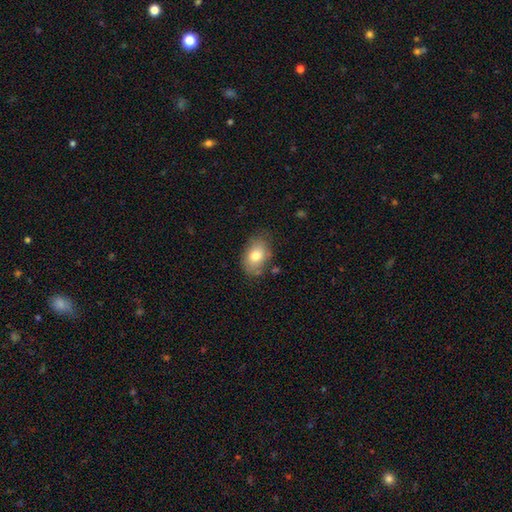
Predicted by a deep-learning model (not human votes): The model was most divided on "merging": none: 72%, minor disturbance: 20%, major disturbance: 5%, merger: 3%. More confident: how rounded — in between (83%); smooth or featured — smooth (76%).